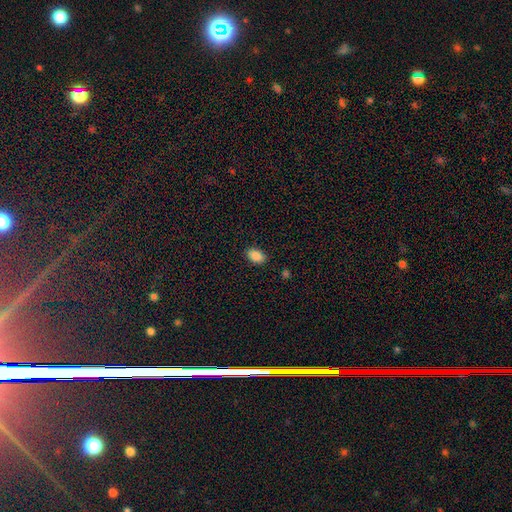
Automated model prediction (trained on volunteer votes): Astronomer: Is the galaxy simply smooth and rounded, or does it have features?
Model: smooth — 88%.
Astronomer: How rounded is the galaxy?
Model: in between — 88%.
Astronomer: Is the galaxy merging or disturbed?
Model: none — 87%.